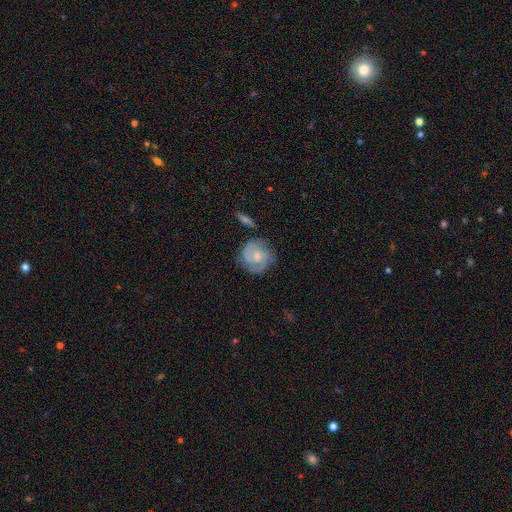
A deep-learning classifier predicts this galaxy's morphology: A featured or disk galaxy (75%) with no bar (59%), 2 (68%) tight (50%) spiral arms (93%) and a small central bulge (49%).

Vote fractions:
- Smooth or featured? featured or disk: 75% / smooth: 20% / star or artifact: 6%
- Edge-on disk? no: 97% / yes: 3%
- Bar? no: 59% / weak: 35% / strong: 5%
- Spiral arms? yes: 93% / no: 7%
- Spiral winding? tight: 50% / medium: 39% / loose: 10%
- Spiral arm count? 2: 68% / can't tell: 14% / 3: 11% / 1: 4% / 4: 2% / more than 4: 2%
- Bulge size? small: 49% / moderate: 44% / none: 4% / large: 2% / dominant: 1%
- Merging? none: 73% / minor disturbance: 18% / major disturbance: 6% / merger: 3%